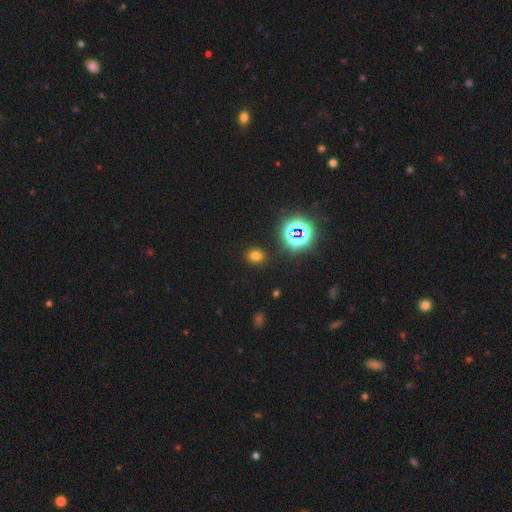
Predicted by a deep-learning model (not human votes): This is likely a smooth galaxy (67%). How rounded: possibly round (54%). Merging: clearly none (87%).